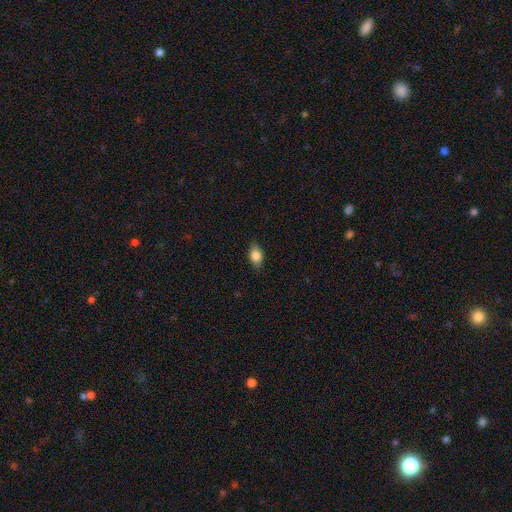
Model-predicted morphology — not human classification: This is clearly a smooth galaxy (82%). How rounded: clearly in between (82%). Merging: clearly none (84%).